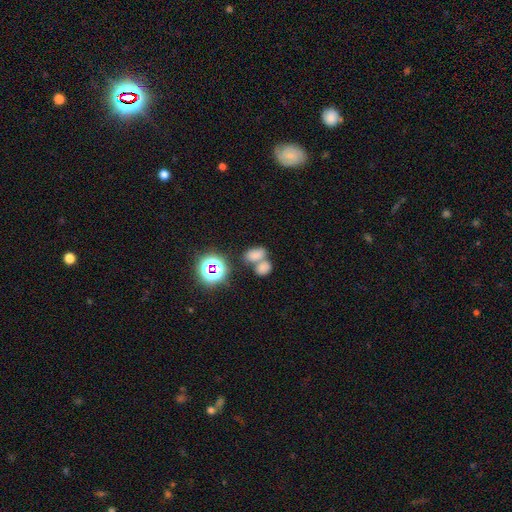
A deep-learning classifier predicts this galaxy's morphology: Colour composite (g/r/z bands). It shows a smooth galaxy with no disk features (70%) that is in between round and cigar-shaped (82%). Merging: merger (54%).